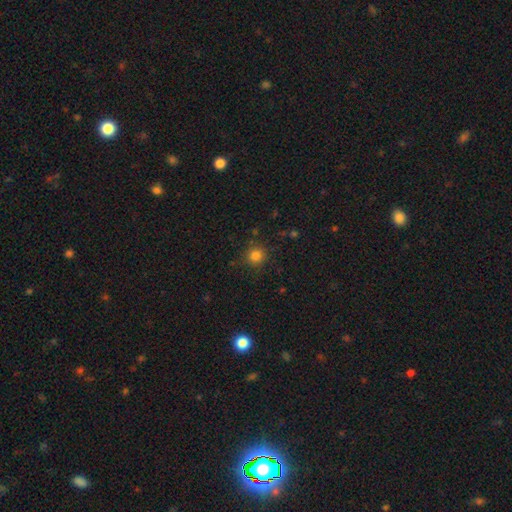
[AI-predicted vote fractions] smooth-or-featured: smooth: 81% | star or artifact: 14% | featured or disk: 5%
  how-rounded: round: 92% | in between: 7% | cigar-shaped: 1%
  merging: none: 86% | minor disturbance: 9% | major disturbance: 3% | merger: 2%